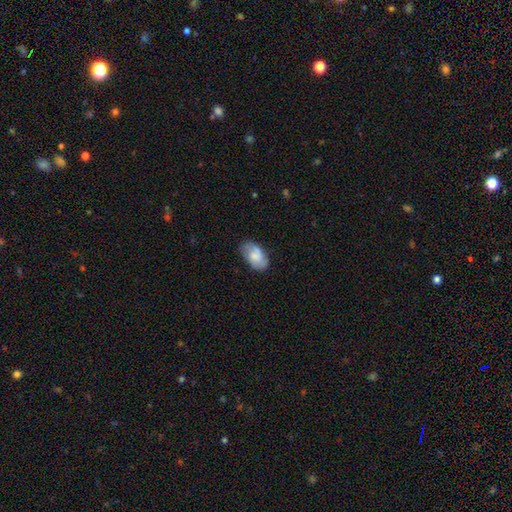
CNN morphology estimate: smooth_or_featured: smooth (p=0.58) [alt: featured or disk p=0.35]
how_rounded: in between (p=0.92) [alt: round p=0.06]
merging: none (p=0.70) [alt: minor disturbance p=0.22]